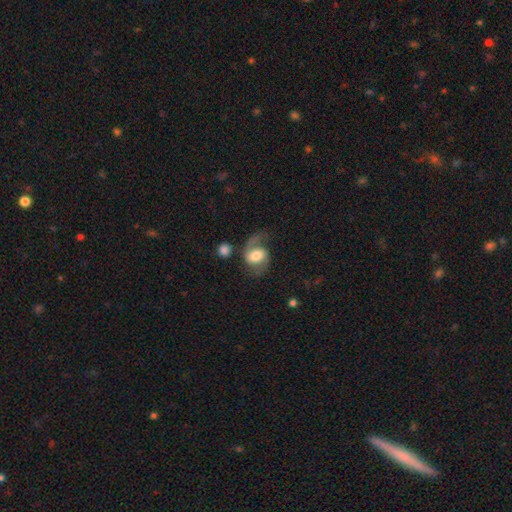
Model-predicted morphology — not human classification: A featured or disk galaxy (70%) with no bar (43%), 2 (74%) loose (51%) spiral arms (92%) and a moderate central bulge (46%).

Vote fractions:
- Smooth or featured? featured or disk: 70% / smooth: 23% / star or artifact: 7%
- Edge-on disk? no: 97% / yes: 3%
- Bar? no: 43% / weak: 42% / strong: 15%
- Spiral arms? yes: 92% / no: 8%
- Spiral winding? loose: 51% / medium: 39% / tight: 9%
- Spiral arm count? 2: 74% / 1: 21% / can't tell: 3% / 3: 1% / 4: 1% / more than 4: 1%
- Bulge size? moderate: 46% / large: 34% / small: 11% / dominant: 6% / none: 3%
- Merging? none: 52% / major disturbance: 22% / minor disturbance: 19% / merger: 6%